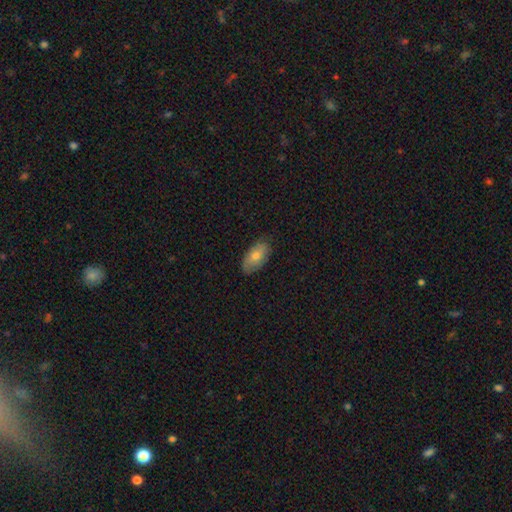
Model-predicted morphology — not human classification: This appears to be a smooth galaxy with no disk features (71%) that is in between round and cigar-shaped (92%). Merging: none (83%).